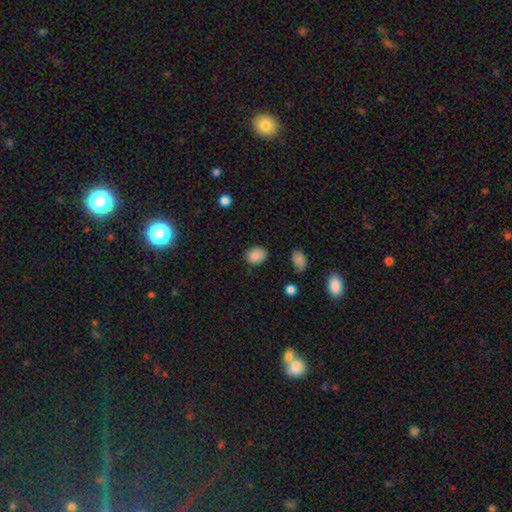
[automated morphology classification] This appears to be a smooth galaxy with no disk features (86%) that is in between round and cigar-shaped (63%). Merging: none (81%).